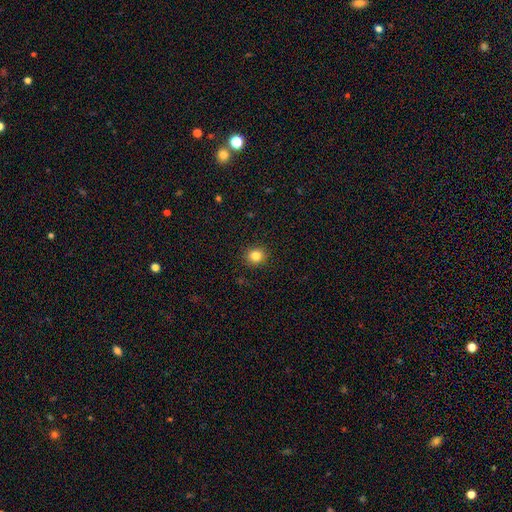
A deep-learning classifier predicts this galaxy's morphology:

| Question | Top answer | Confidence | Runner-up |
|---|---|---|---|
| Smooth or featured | smooth | 84% | star or artifact (11%) |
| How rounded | round | 83% | in between (16%) |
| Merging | none | 91% | minor disturbance (6%) |